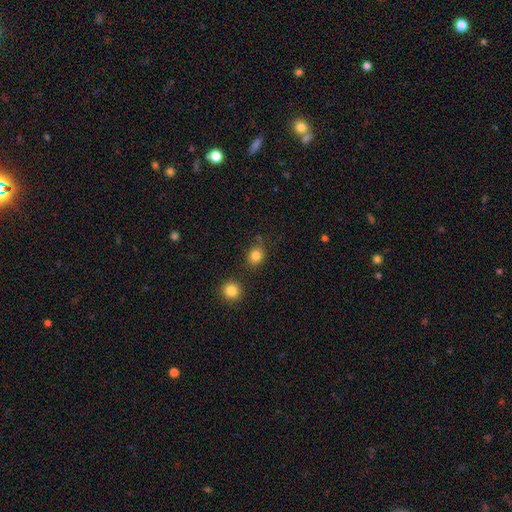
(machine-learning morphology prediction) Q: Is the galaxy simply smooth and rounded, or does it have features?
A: smooth — 83%.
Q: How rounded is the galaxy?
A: round — 73%.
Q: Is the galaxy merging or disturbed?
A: none — 78%.